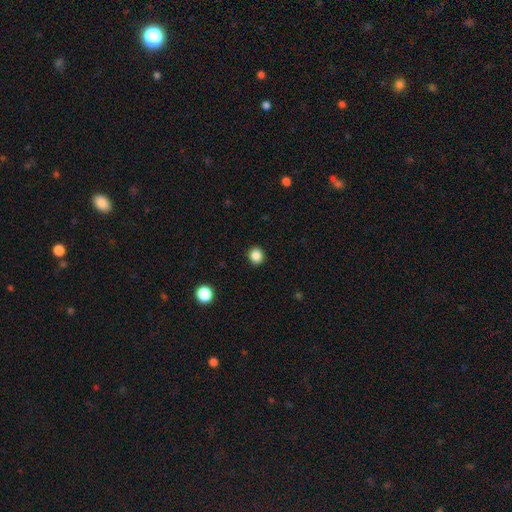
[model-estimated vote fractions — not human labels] Smooth or featured? smooth (86%)
How rounded? round (87%)
Merging? none (92%)